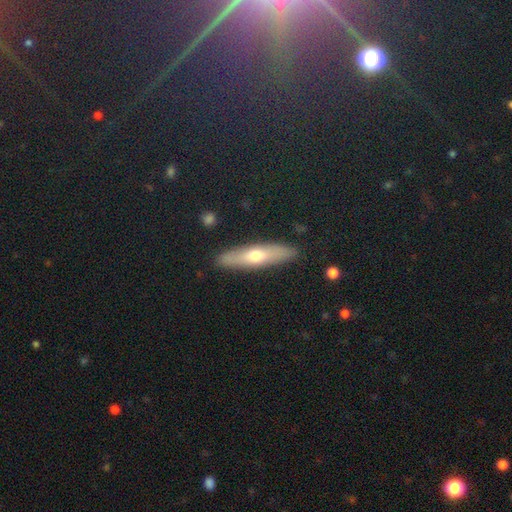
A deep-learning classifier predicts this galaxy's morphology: Q: Smooth or featured?
A: smooth (52%); runner-up: featured or disk (42%)
Q: How rounded?
A: cigar-shaped (78%); runner-up: in between (20%)
Q: Merging?
A: none (90%); runner-up: minor disturbance (8%)